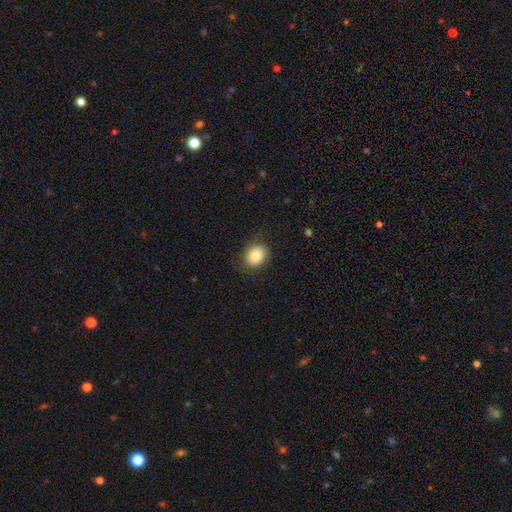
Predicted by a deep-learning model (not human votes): This appears to be a smooth galaxy with no disk features (87%) that is in between round and cigar-shaped (50%). Merging: none (83%).